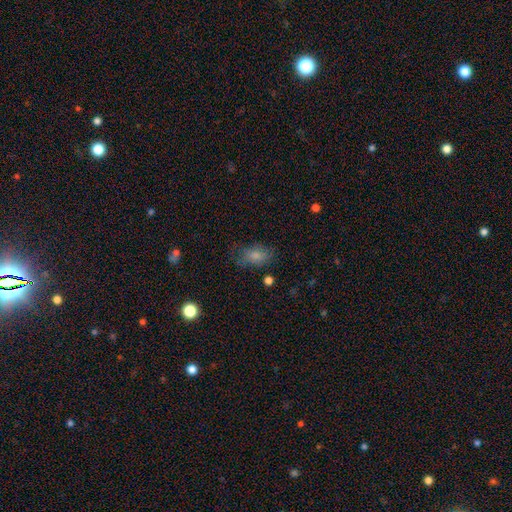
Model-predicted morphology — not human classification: Smooth or featured?
  - smooth: 79% *
  - featured or disk: 11%
  - star or artifact: 10%
How rounded?
  - in between: 86% *
  - round: 12%
  - cigar-shaped: 2%
Merging?
  - none: 66% *
  - minor disturbance: 22%
  - major disturbance: 9%
  - merger: 2%